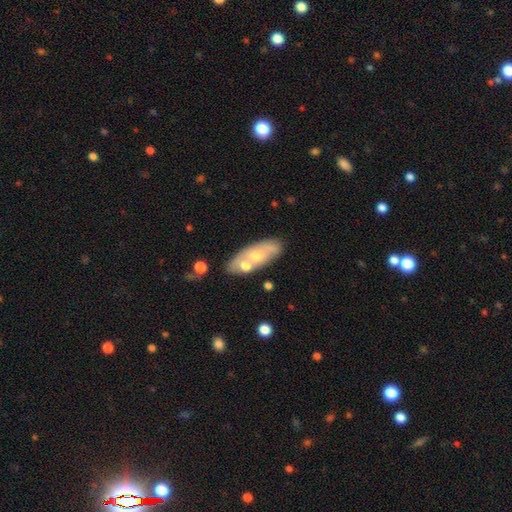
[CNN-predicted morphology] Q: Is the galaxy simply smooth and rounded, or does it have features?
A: smooth — 48%.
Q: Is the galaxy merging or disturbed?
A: none — 60%.